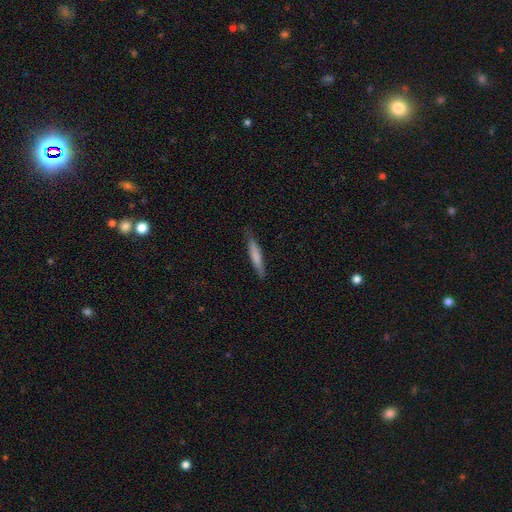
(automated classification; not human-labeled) smooth-or-featured: smooth: 72% | featured or disk: 23% | star or artifact: 6%
  how-rounded: cigar-shaped: 92% | in between: 7% | round: 1%
  merging: none: 84% | minor disturbance: 13% | major disturbance: 2% | merger: 1%